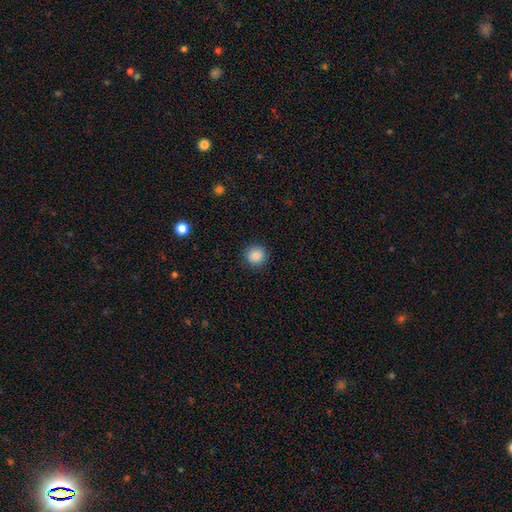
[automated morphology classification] smooth_or_featured: smooth (p=0.87) [alt: star or artifact p=0.10]
how_rounded: round (p=0.91) [alt: in between p=0.08]
merging: none (p=0.90) [alt: minor disturbance p=0.07]